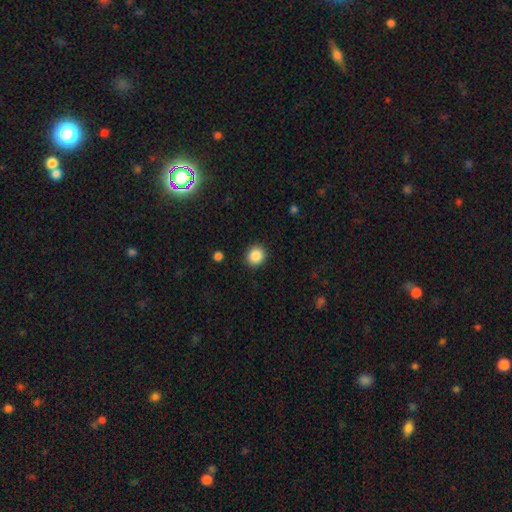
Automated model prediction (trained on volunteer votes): Overall: smooth (87%). How rounded: round (82%). Merging: none (90%).